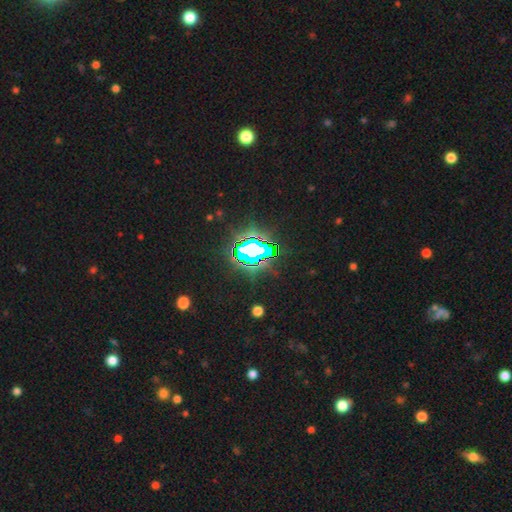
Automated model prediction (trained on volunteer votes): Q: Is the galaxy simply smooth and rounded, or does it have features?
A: star or artifact — 81%.